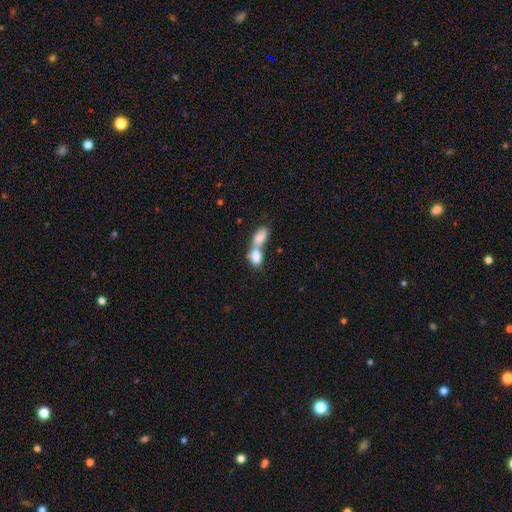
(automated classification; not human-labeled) smooth_or_featured: smooth (p=0.77) [alt: featured or disk p=0.15]
how_rounded: in between (p=0.79) [alt: round p=0.14]
merging: merger (p=0.76) [alt: none p=0.15]